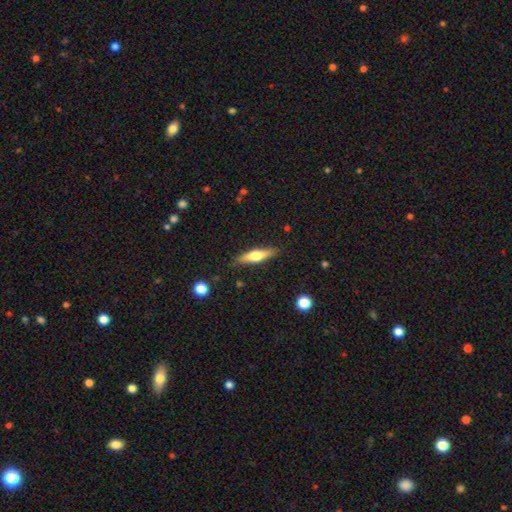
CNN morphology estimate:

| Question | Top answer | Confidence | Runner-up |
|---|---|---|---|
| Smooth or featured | featured or disk | 47% | tied: smooth (47%) |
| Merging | none | 85% | minor disturbance (11%) |